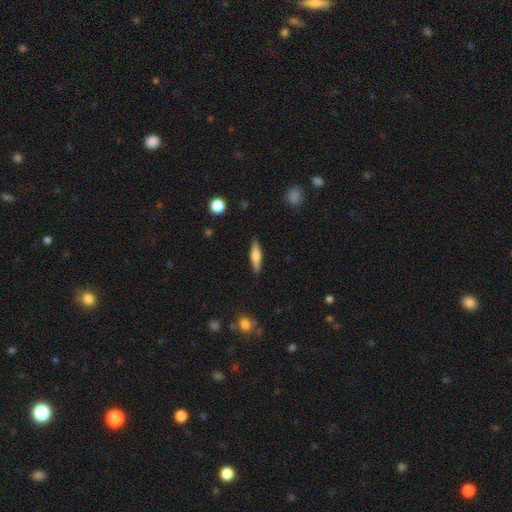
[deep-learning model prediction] This is possibly a smooth galaxy (56%). How rounded: likely cigar-shaped (72%). Merging: clearly none (87%).